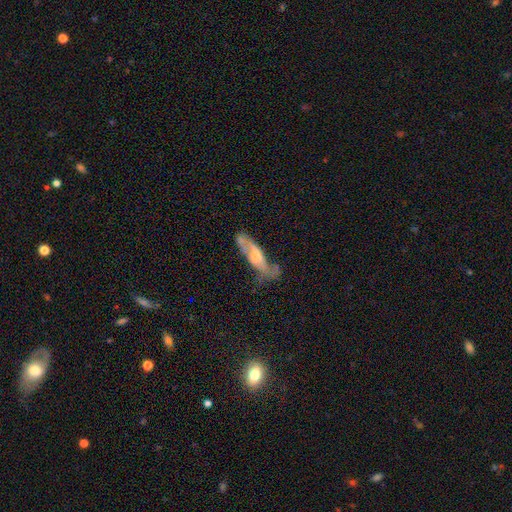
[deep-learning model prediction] Morphology: type=featured or disk (68%); edge-on=no (63%); merging=none (53%).